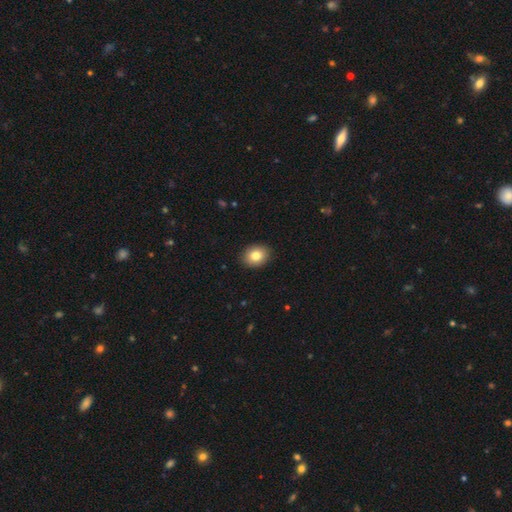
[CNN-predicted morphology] The model was most divided on "how rounded": in between: 50%, round: 49%, cigar-shaped: 1%. More confident: merging — none (90%); smooth or featured — smooth (82%).